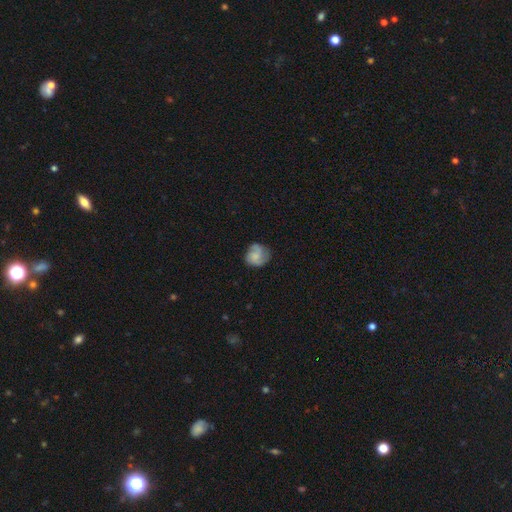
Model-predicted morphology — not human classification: type=smooth (53%); roundness=round (78%); merging=none (67%).